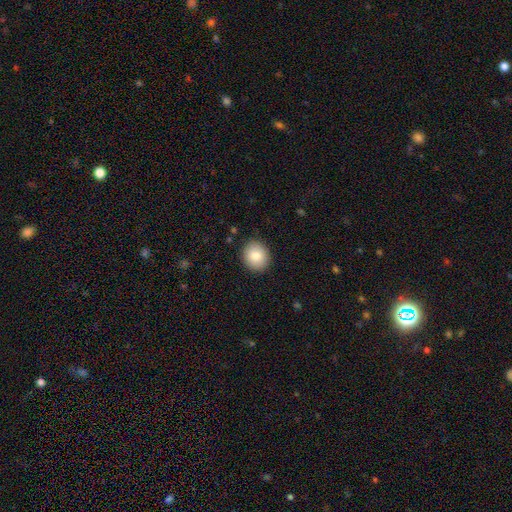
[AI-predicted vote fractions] This is clearly a smooth galaxy (81%). How rounded: likely round (75%). Merging: clearly none (90%).